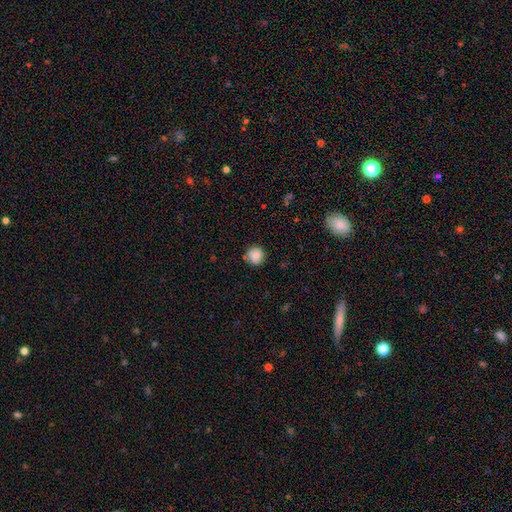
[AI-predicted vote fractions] A smooth galaxy with no disk features (83%) that is round (91%).

Vote fractions:
- Smooth or featured? smooth: 83% / star or artifact: 9% / featured or disk: 8%
- How rounded? round: 91% / in between: 8% / cigar-shaped: 1%
- Merging? none: 77% / minor disturbance: 18% / major disturbance: 3% / merger: 2%